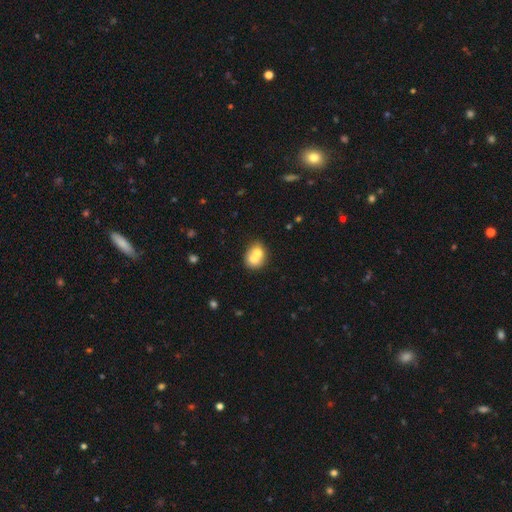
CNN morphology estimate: This is likely a smooth galaxy (65%). How rounded: likely round (63%). Merging: likely merger (64%).